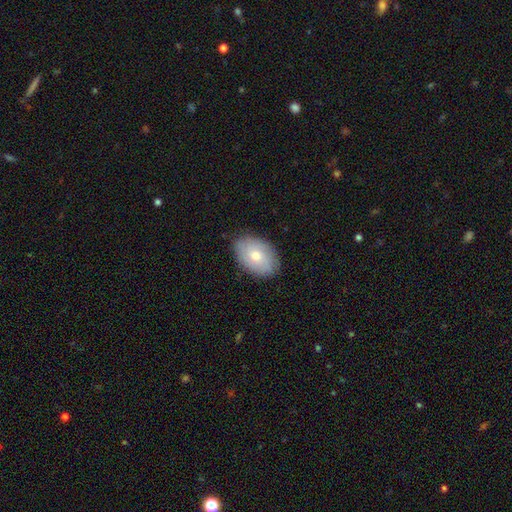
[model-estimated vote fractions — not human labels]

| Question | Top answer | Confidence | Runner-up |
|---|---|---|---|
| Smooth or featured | smooth | 67% | featured or disk (26%) |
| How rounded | in between | 88% | round (11%) |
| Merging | none | 84% | minor disturbance (13%) |